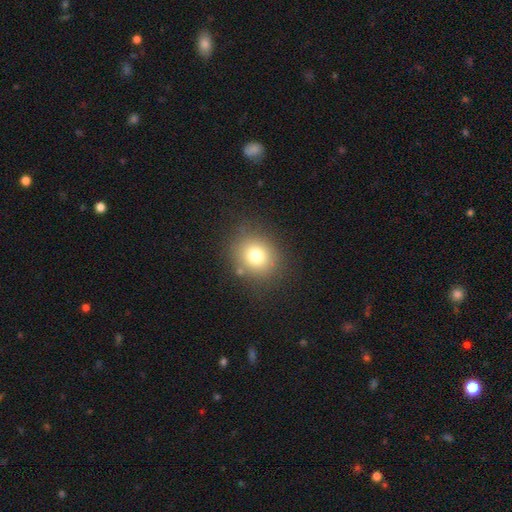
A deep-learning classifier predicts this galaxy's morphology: A smooth galaxy with no disk features (76%) that is round (77%). Merging: none (83%).